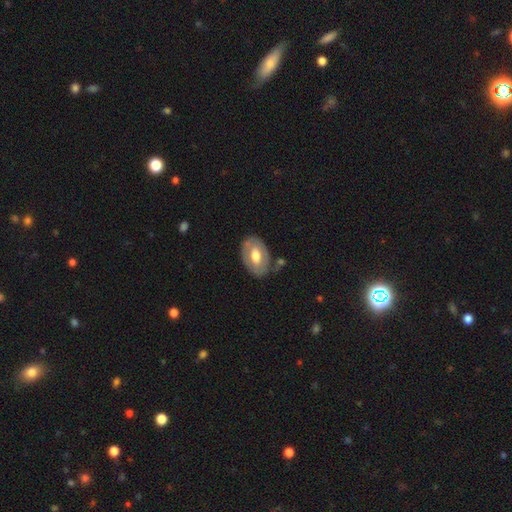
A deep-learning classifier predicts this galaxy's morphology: A featured or disk galaxy (49%).

Vote fractions:
- Smooth or featured? featured or disk: 49% / smooth: 46% / star or artifact: 5%
- Merging? none: 71% / minor disturbance: 18% / major disturbance: 6% / merger: 5%